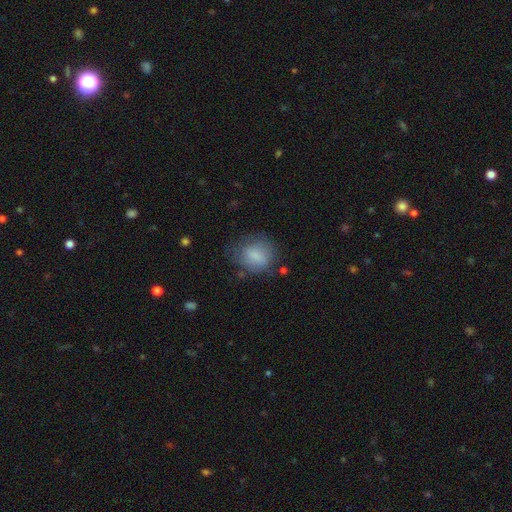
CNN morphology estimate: Smooth or featured? smooth (80%)
How rounded? round (65%)
Merging? none (64%)